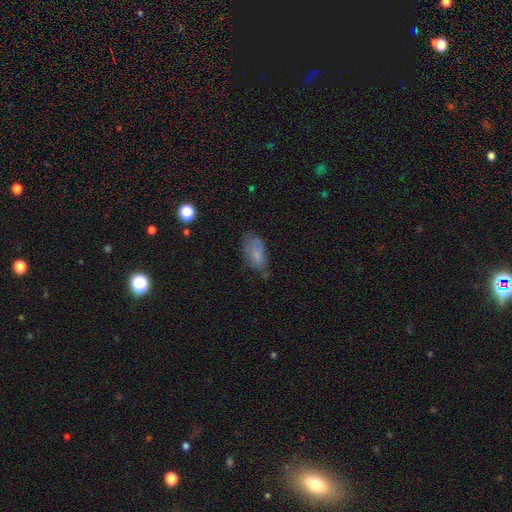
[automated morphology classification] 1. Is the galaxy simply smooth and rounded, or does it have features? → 69% smooth, 19% featured or disk, 12% star or artifact.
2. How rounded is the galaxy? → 88% in between, 8% cigar-shaped, 4% round.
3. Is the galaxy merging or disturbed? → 53% none, 30% minor disturbance, 14% major disturbance, 3% merger.